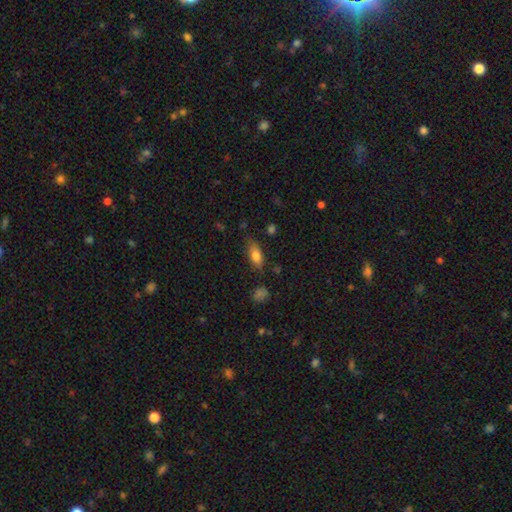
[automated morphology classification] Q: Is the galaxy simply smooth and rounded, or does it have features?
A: smooth — 77%.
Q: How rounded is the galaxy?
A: in between — 78%.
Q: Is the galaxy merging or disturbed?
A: none — 72%.